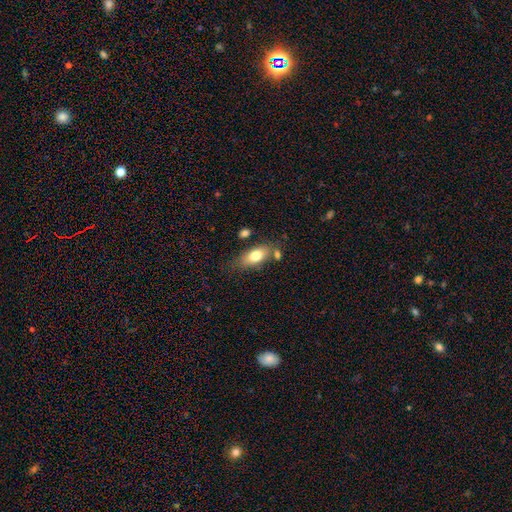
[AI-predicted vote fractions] Smooth or featured? smooth (75%)
How rounded? in between (84%)
Merging? none (66%)